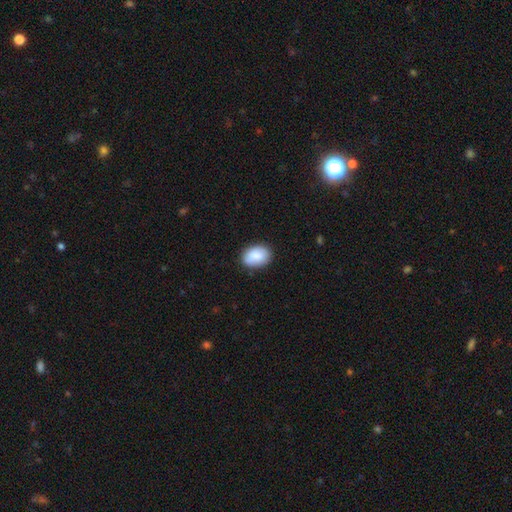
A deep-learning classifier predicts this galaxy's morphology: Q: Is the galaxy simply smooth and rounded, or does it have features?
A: smooth — 87%.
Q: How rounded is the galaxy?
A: in between — 79%.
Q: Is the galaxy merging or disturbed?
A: none — 83%.